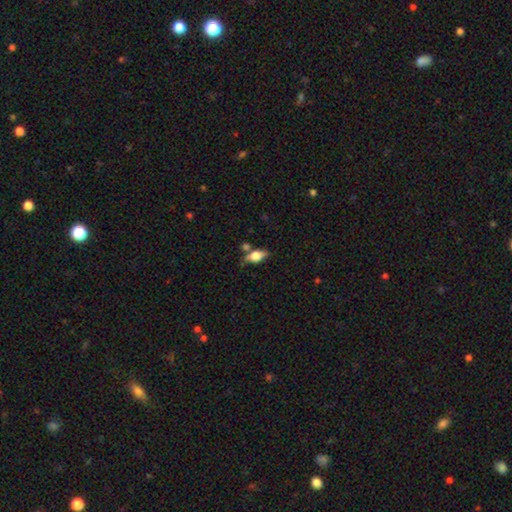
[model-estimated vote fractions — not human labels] smooth_or_featured: smooth (p=0.59) [alt: featured or disk p=0.33]
how_rounded: in between (p=0.78) [alt: cigar-shaped p=0.14]
merging: none (p=0.58) [alt: minor disturbance p=0.20]